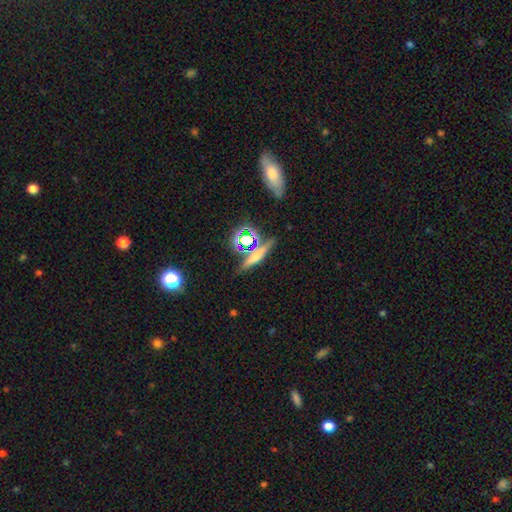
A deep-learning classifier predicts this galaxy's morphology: The model was most divided on "smooth or featured": smooth: 48%, featured or disk: 32%, star or artifact: 20%. More confident: merging — none (77%).